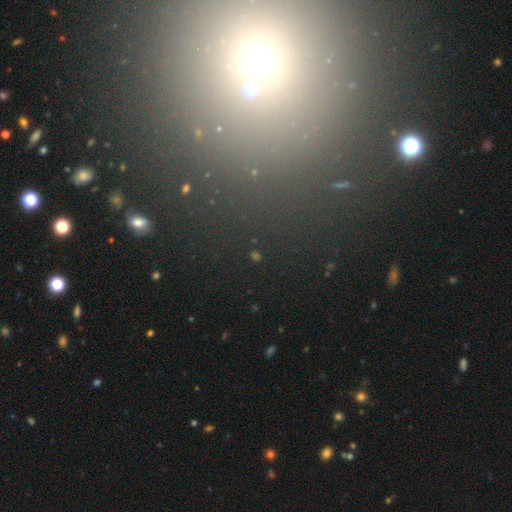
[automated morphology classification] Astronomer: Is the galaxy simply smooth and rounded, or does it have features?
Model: star or artifact — 61%.